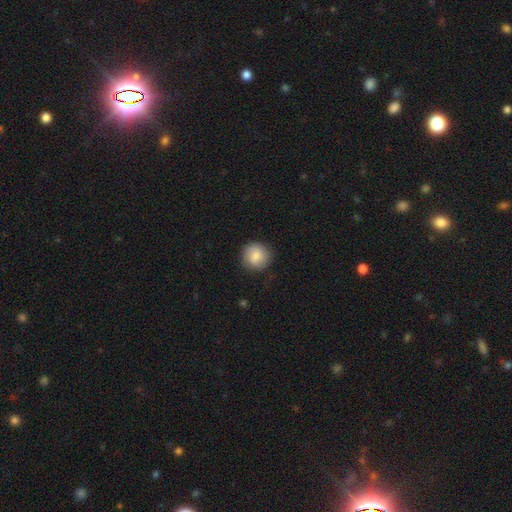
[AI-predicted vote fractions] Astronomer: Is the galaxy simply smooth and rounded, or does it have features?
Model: smooth — 84%.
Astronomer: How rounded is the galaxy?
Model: round — 92%.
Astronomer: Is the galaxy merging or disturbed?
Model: none — 85%.